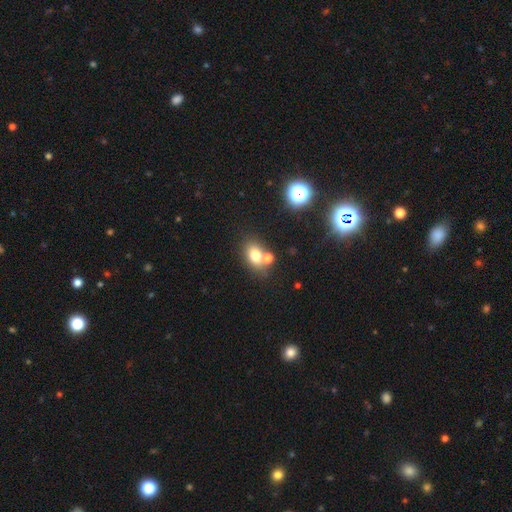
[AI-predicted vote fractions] smooth_or_featured: smooth (p=0.74) [alt: featured or disk p=0.13]
how_rounded: in between (p=0.71) [alt: round p=0.28]
merging: none (p=0.53) [alt: merger p=0.32]